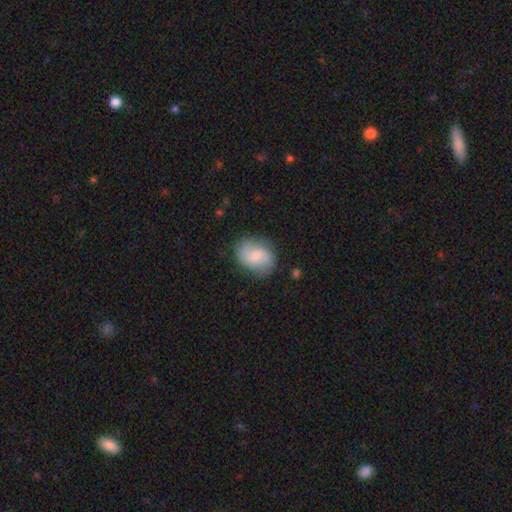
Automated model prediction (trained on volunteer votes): Smooth or featured: featured or disk — 52% (smooth — 41%)
Edge-on disk: no — 97% (yes — 3%)
Bar: weak — 52% (no — 37%)
Spiral arms: yes — 88% (no — 12%)
Bulge size: small — 48% (moderate — 39%)
Merging: none — 76% (minor disturbance — 17%)